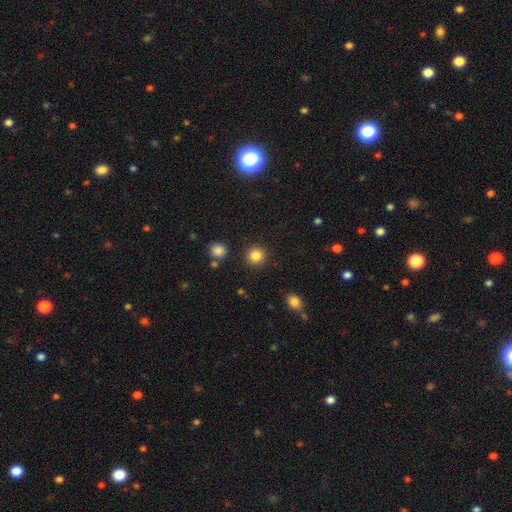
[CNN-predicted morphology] This is clearly a smooth galaxy (85%). How rounded: clearly round (94%). Merging: clearly none (91%).